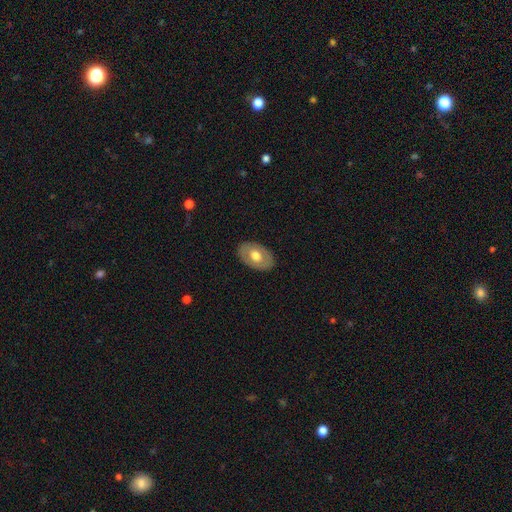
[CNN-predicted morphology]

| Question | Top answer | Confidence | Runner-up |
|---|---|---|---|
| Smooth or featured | smooth | 55% | featured or disk (39%) |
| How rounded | in between | 85% | round (14%) |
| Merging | none | 86% | minor disturbance (10%) |